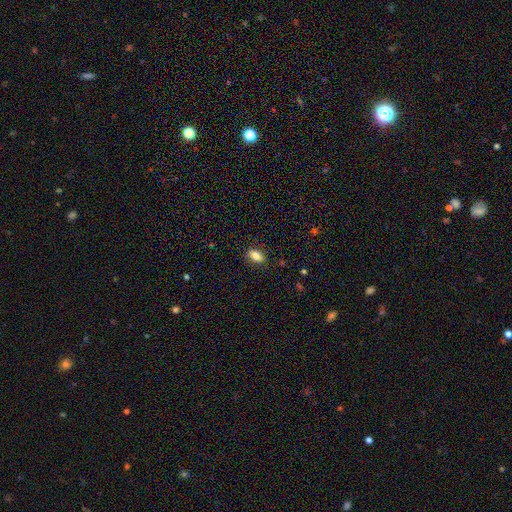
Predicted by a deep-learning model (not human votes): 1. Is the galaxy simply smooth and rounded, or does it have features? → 82% smooth, 9% featured or disk, 8% star or artifact.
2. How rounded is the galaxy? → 87% in between, 8% round, 5% cigar-shaped.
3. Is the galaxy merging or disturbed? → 87% none, 10% minor disturbance, 2% major disturbance, 1% merger.